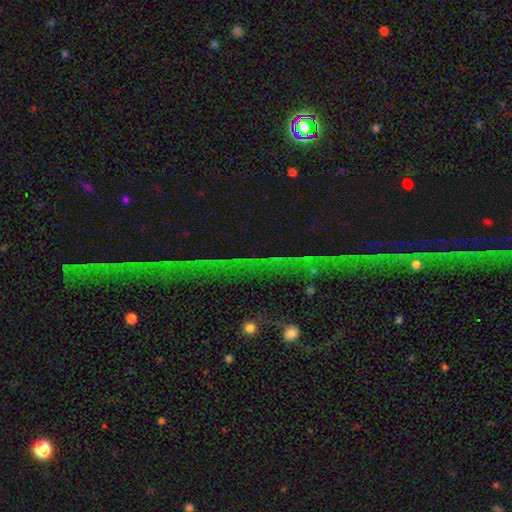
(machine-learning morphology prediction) This appears to be a star or artifact, not a galaxy (68%).